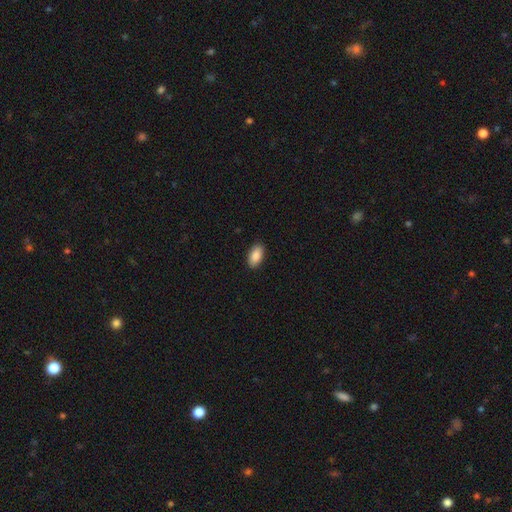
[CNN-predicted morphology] smooth-or-featured: smooth: 89% | star or artifact: 6% | featured or disk: 5%
  how-rounded: in between: 94% | cigar-shaped: 3% | round: 3%
  merging: none: 89% | minor disturbance: 8% | major disturbance: 2% | merger: 1%